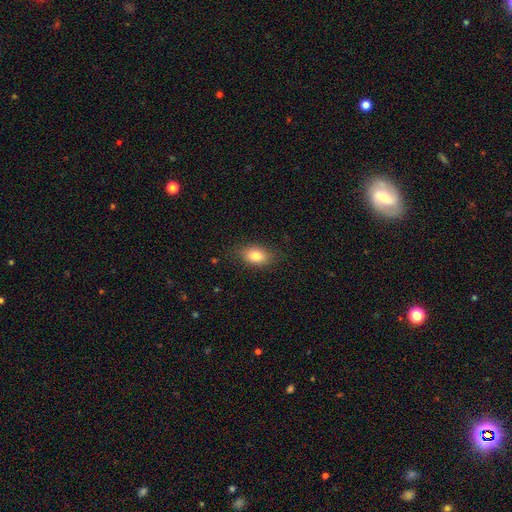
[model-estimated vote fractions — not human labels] Smooth or featured: smooth — 82% (featured or disk — 10%)
How rounded: in between — 84% (round — 13%)
Merging: none — 84% (minor disturbance — 12%)